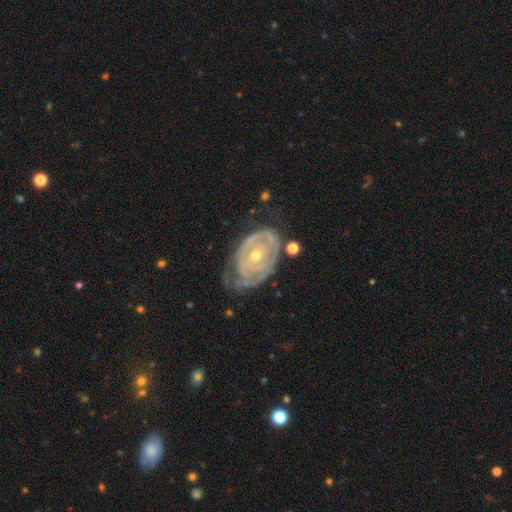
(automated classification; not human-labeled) A featured or disk galaxy (80%) with no bar (80%), tight (75%) spiral arms (75%) and a small central bulge (59%). Merging: none (46%).